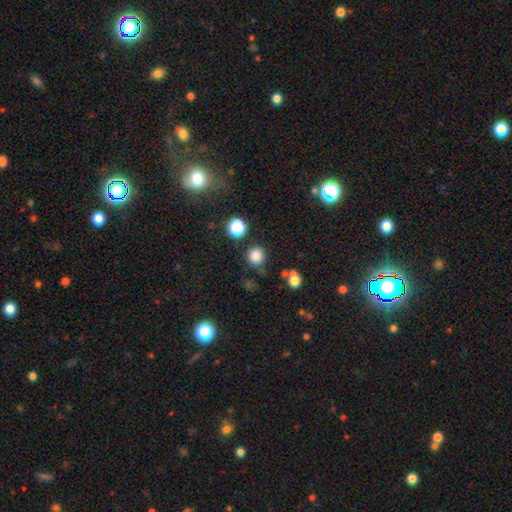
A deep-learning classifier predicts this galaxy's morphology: This appears to be a smooth galaxy with no disk features (82%) that is round (93%). Merging: none (81%).